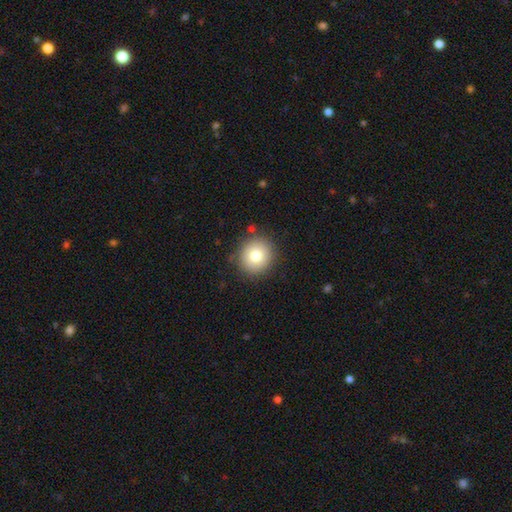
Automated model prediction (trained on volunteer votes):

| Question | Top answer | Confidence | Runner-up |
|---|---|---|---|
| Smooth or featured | smooth | 78% | featured or disk (11%) |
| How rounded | round | 90% | in between (9%) |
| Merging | none | 87% | minor disturbance (8%) |